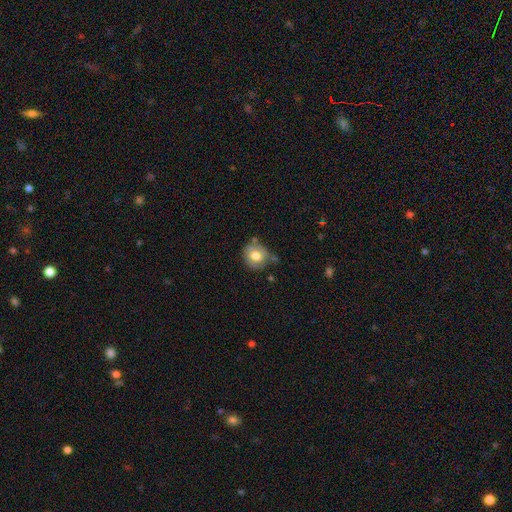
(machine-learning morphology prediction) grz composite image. It shows a smooth galaxy with no disk features (64%) that is round (76%). Merging: none (56%).